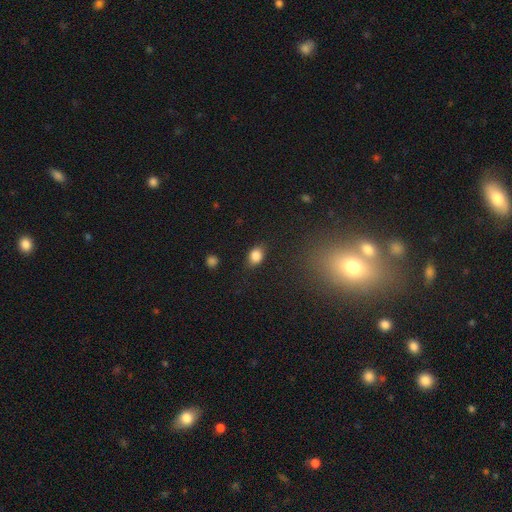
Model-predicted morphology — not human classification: smooth_or_featured: smooth (p=0.85) [alt: star or artifact p=0.09]
how_rounded: in between (p=0.75) [alt: round p=0.23]
merging: none (p=0.82) [alt: minor disturbance p=0.13]